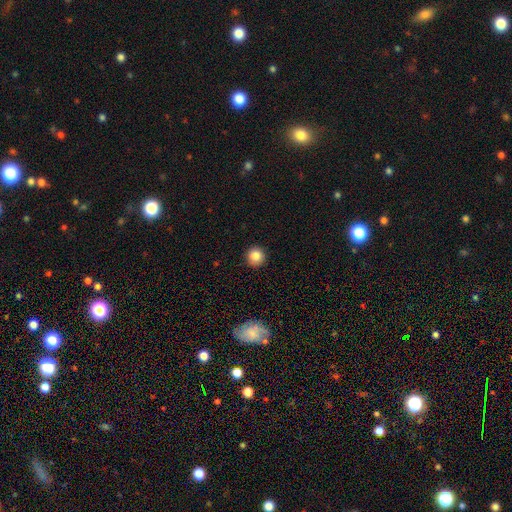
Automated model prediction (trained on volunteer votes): A smooth galaxy with no disk features (85%) that is round (95%).

Vote fractions:
- Smooth or featured? smooth: 85% / star or artifact: 11% / featured or disk: 5%
- How rounded? round: 95% / in between: 4% / cigar-shaped: 1%
- Merging? none: 92% / minor disturbance: 6% / major disturbance: 2% / merger: 1%